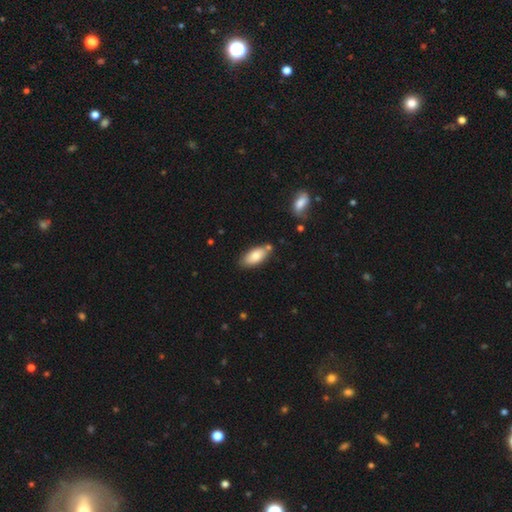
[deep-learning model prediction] Smooth or featured? smooth (79%)
How rounded? in between (89%)
Merging? none (73%)